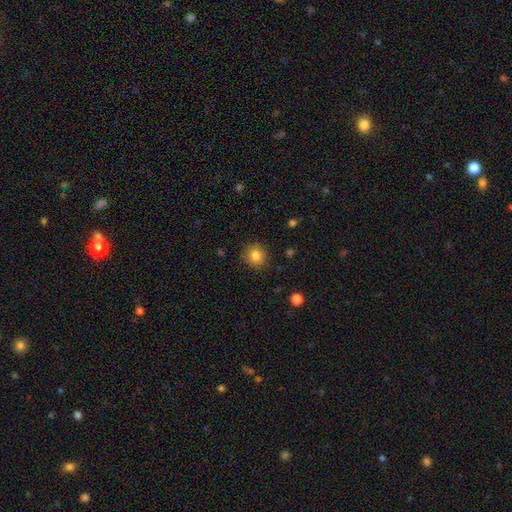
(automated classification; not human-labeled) Smooth or featured? Predicted: smooth (p=0.82). How rounded? Predicted: round (p=0.85). Merging? Predicted: none (p=0.87).